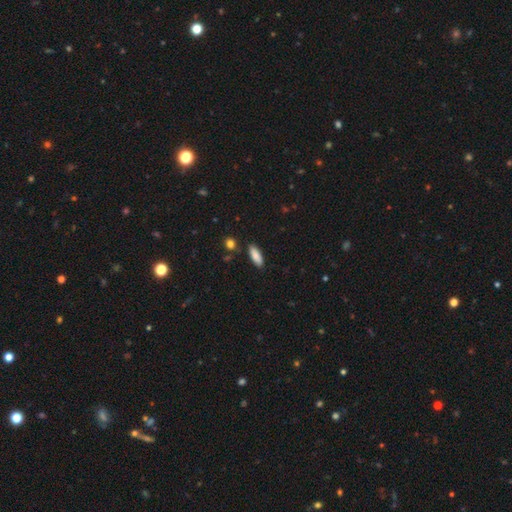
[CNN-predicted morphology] type=smooth (88%); roundness=in between (66%); merging=none (85%).